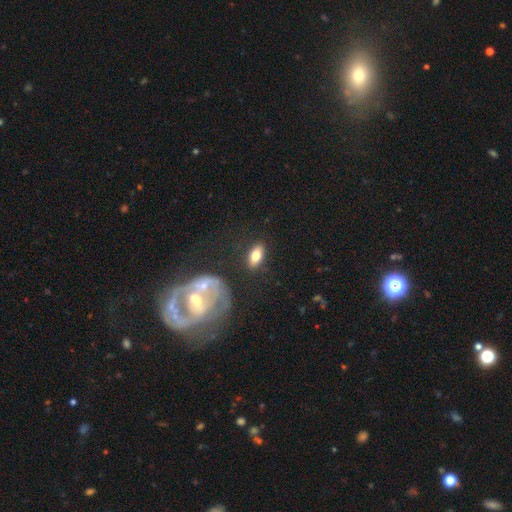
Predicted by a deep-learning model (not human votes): Morphology: type=smooth (73%); roundness=in between (86%); merging=none (83%).